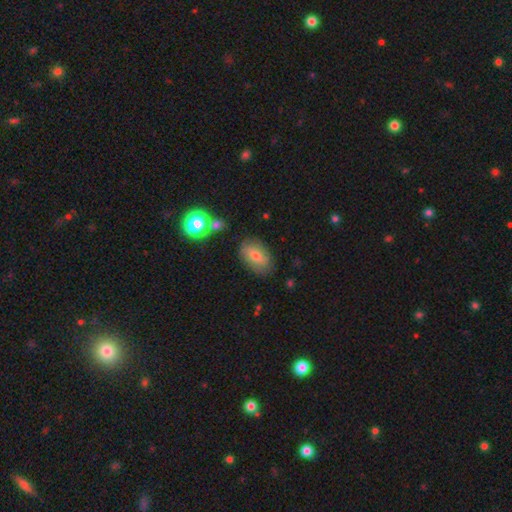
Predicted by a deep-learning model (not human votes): Smooth or featured?
  - smooth: 70% *
  - featured or disk: 20%
  - star or artifact: 10%
How rounded?
  - in between: 89% *
  - round: 8%
  - cigar-shaped: 3%
Merging?
  - none: 78% *
  - minor disturbance: 15%
  - major disturbance: 4%
  - merger: 3%